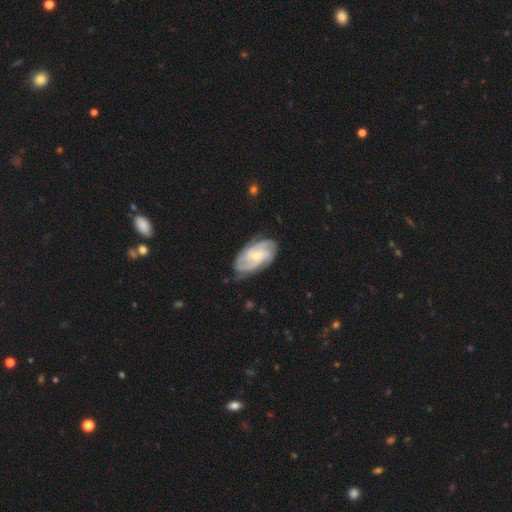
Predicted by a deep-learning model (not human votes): Morphology: type=featured or disk (86%); edge-on=no (97%); bar=no (57%); spiral arms=yes (97%); winding=tight (57%); arm count=3 (43%); bulge=small (57%); merging=none (77%).